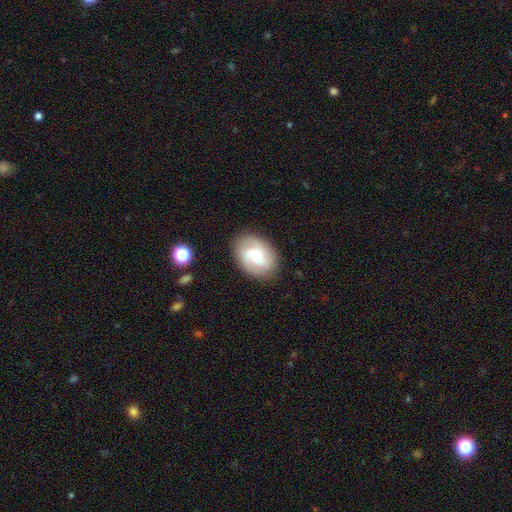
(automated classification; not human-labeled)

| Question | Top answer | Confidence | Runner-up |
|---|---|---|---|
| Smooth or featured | featured or disk | 61% | smooth (31%) |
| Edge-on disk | no | 97% | yes (3%) |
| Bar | no | 45% | tied: weak (45%) |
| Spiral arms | yes | 93% | no (7%) |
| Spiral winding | medium | 47% | tight (32%) |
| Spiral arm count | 2 | 35% | tied: 3 (35%) |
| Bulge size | moderate | 33% | small (26%) |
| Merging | none | 80% | minor disturbance (14%) |